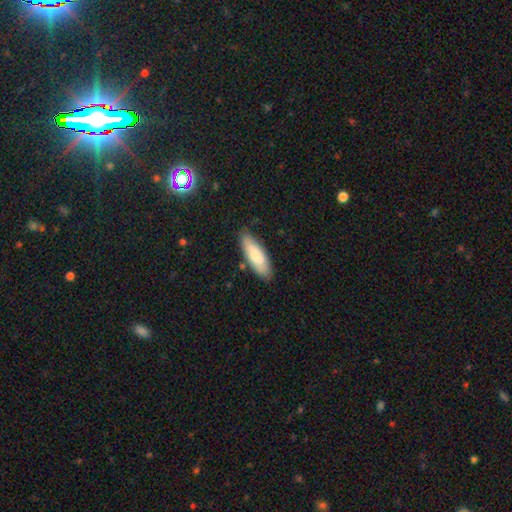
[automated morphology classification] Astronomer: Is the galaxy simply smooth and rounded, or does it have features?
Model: smooth — 81%.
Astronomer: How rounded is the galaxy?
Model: in between — 60% (runner-up: cigar-shaped, 39%).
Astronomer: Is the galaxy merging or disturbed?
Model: none — 81%.